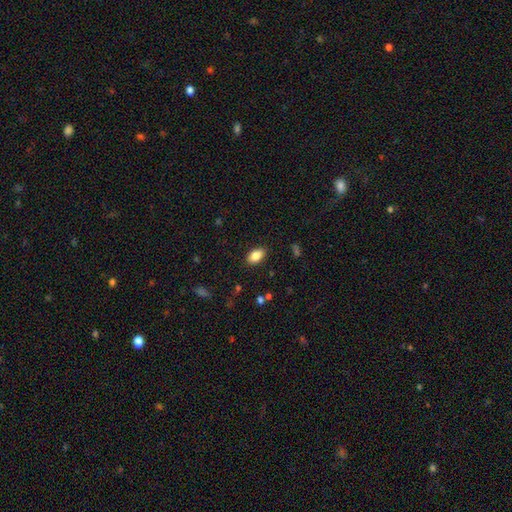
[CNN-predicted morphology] Smooth or featured? Predicted: smooth (p=0.85). How rounded? Predicted: in between (p=0.90). Merging? Predicted: none (p=0.87).